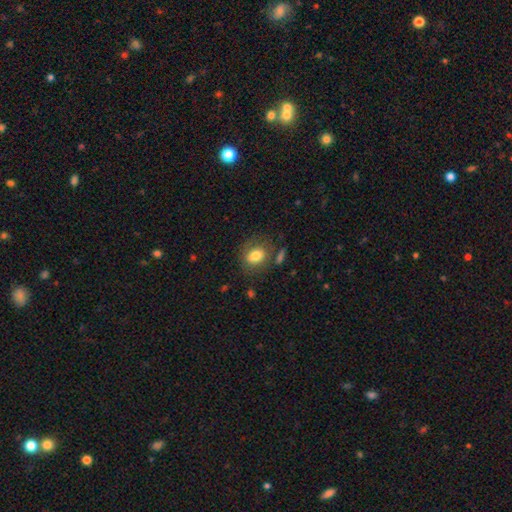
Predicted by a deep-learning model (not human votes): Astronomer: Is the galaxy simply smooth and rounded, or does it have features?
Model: smooth — 77%.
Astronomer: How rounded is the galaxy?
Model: in between — 55% (runner-up: round, 43%).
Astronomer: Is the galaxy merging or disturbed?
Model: none — 73%.